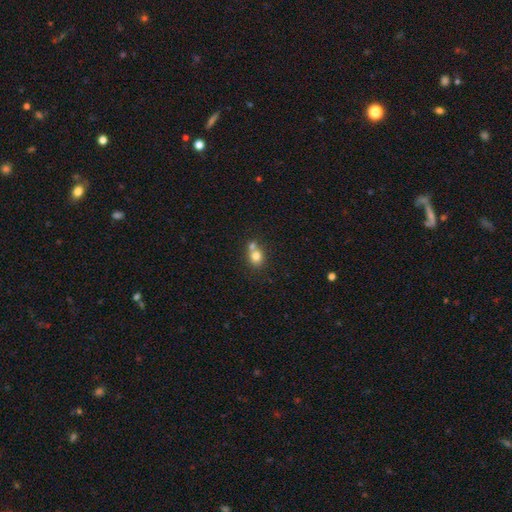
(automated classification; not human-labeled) smooth 77%, star or artifact 11%, featured or disk 11%. Down the decision tree: how rounded — round (74%); merging — none (45%).